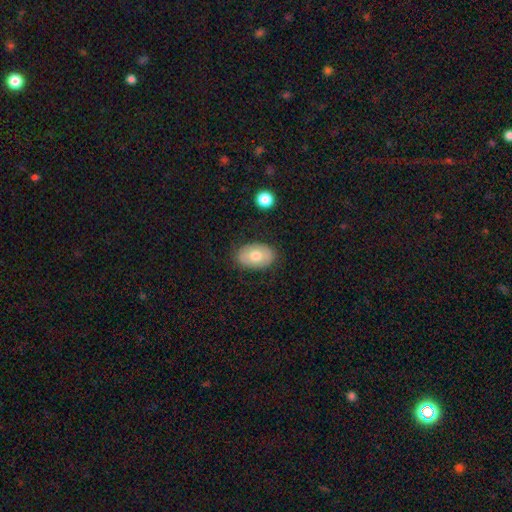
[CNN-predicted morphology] smooth-or-featured: smooth: 69% | featured or disk: 24% | star or artifact: 7%
  how-rounded: in between: 87% | round: 12% | cigar-shaped: 1%
  merging: none: 84% | minor disturbance: 12% | major disturbance: 3% | merger: 1%